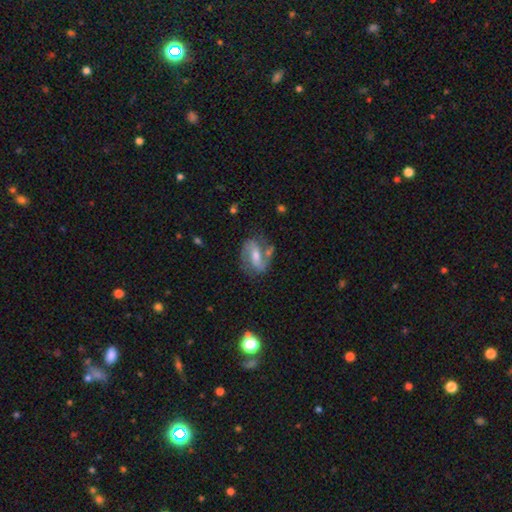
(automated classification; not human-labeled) This is likely a featured or disk galaxy (71%). It is clearly not viewed edge-on (93%). Bar: marginally strong (44%). Spiral arm pattern: clearly yes (86%). Spiral arm count: clearly 2 (84%). Spiral winding: marginally medium (45%). Central bulge: possibly moderate (57%). Merging: likely none (67%).